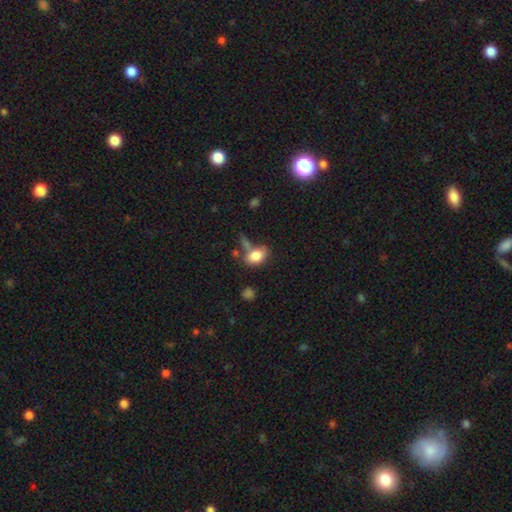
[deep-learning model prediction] Q: Smooth or featured?
A: smooth (81%); runner-up: featured or disk (10%)
Q: How rounded?
A: in between (83%); runner-up: round (14%)
Q: Merging?
A: none (45%); runner-up: merger (24%)